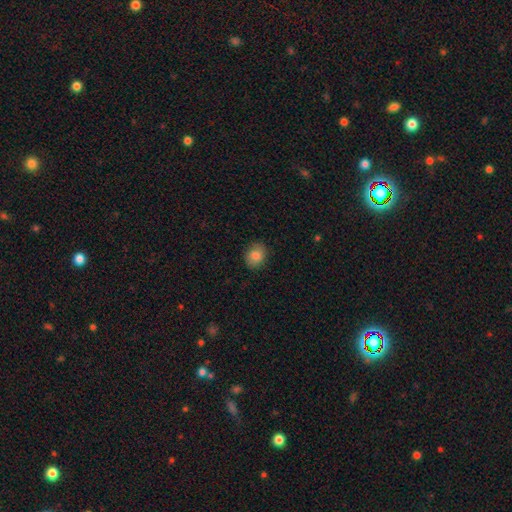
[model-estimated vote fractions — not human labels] smooth-or-featured: smooth: 83% | star or artifact: 9% | featured or disk: 8%
  how-rounded: round: 58% | in between: 41% | cigar-shaped: 1%
  merging: none: 85% | minor disturbance: 11% | major disturbance: 2% | merger: 1%